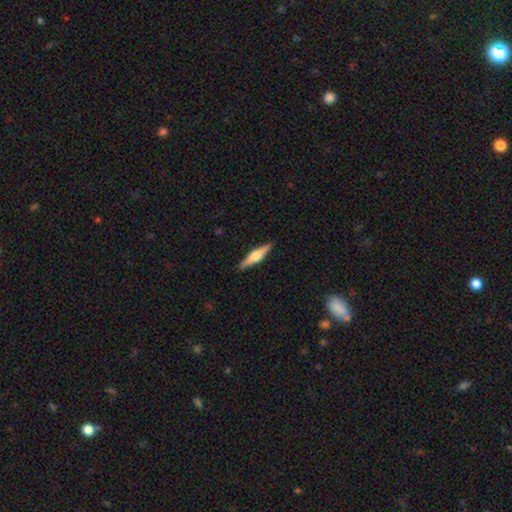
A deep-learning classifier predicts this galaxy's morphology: Smooth or featured? featured or disk (62%)
Edge-on disk? yes (97%)
Edge-on bulge? rounded (91%)
Merging? none (91%)